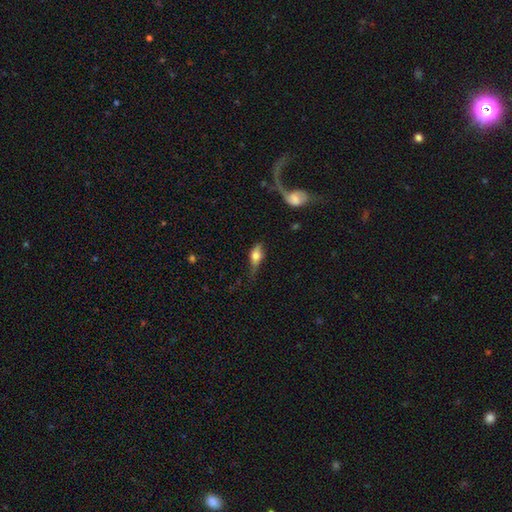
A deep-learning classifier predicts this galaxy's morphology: type=smooth (49%); merging=none (49%).